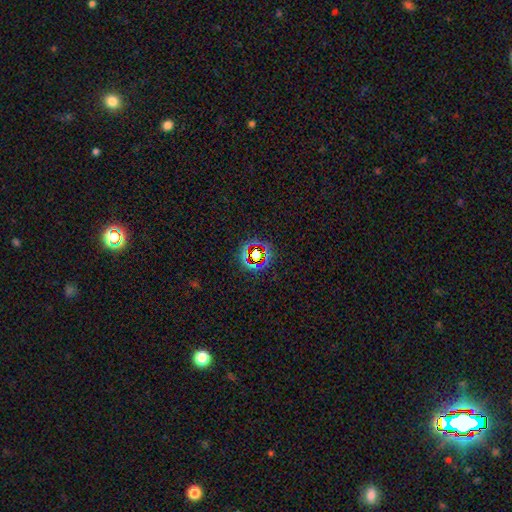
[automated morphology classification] Smooth or featured? star or artifact (67%)